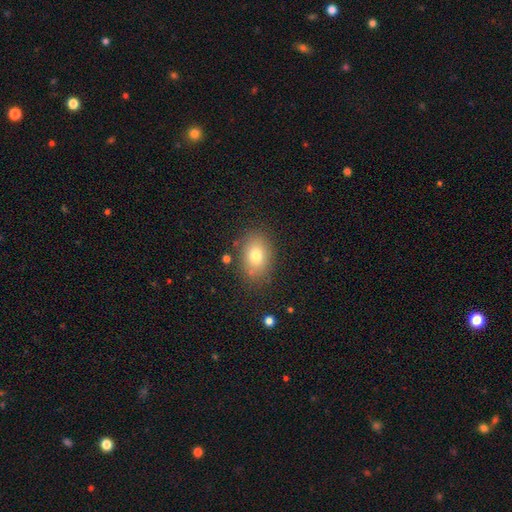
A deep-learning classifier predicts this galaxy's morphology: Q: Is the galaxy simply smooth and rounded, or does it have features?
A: smooth — 76%.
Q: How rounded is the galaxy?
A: in between — 75%.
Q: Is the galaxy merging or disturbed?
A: none — 81%.